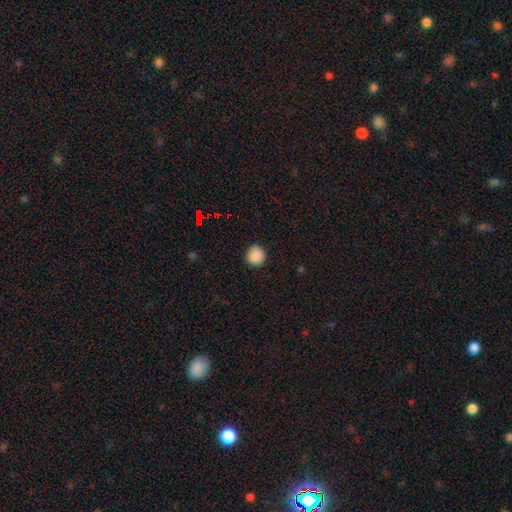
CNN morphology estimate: Q: Smooth or featured?
A: smooth (88%); runner-up: star or artifact (10%)
Q: How rounded?
A: round (92%); runner-up: in between (7%)
Q: Merging?
A: none (88%); runner-up: minor disturbance (9%)